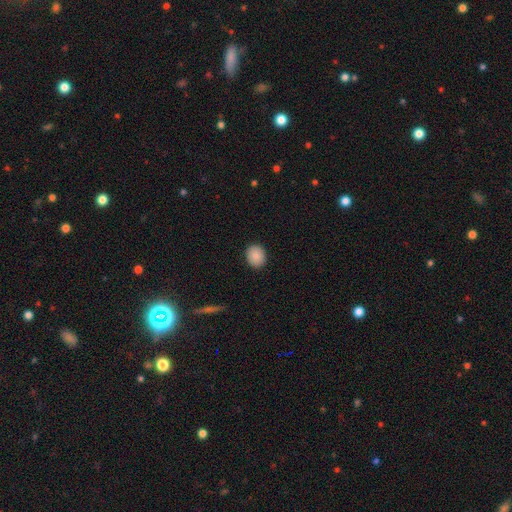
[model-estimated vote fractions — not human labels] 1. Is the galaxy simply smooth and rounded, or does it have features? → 87% smooth, 8% star or artifact, 5% featured or disk.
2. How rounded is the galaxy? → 61% round, 38% in between, 1% cigar-shaped.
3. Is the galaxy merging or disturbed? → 90% none, 7% minor disturbance, 2% major disturbance, 1% merger.